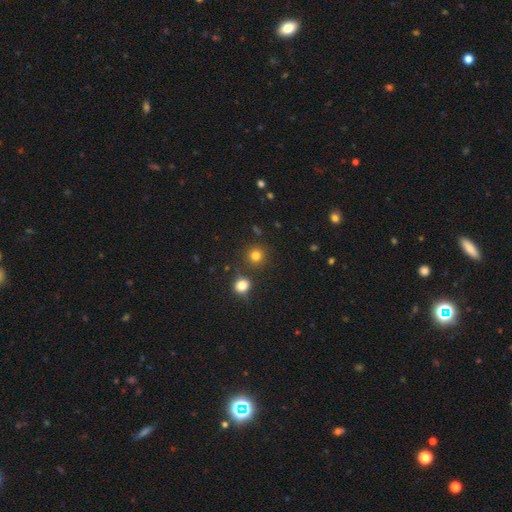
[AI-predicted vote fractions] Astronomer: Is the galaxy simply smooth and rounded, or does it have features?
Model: smooth — 80%.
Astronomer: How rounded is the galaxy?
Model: round — 91%.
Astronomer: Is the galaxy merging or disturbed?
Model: none — 81%.